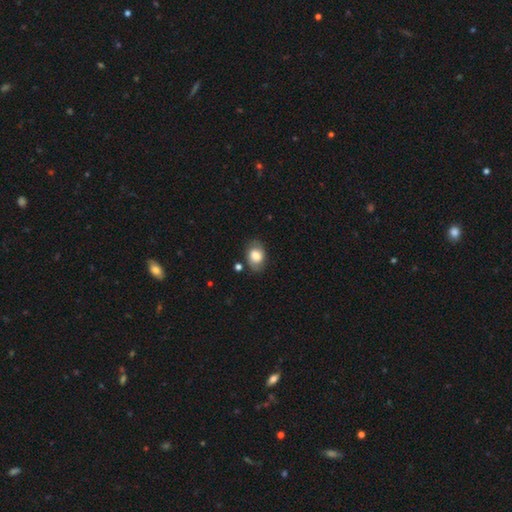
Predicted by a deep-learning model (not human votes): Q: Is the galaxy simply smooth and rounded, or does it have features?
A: smooth — 71%.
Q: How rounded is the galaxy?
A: in between — 76%.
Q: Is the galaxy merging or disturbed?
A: none — 76%.